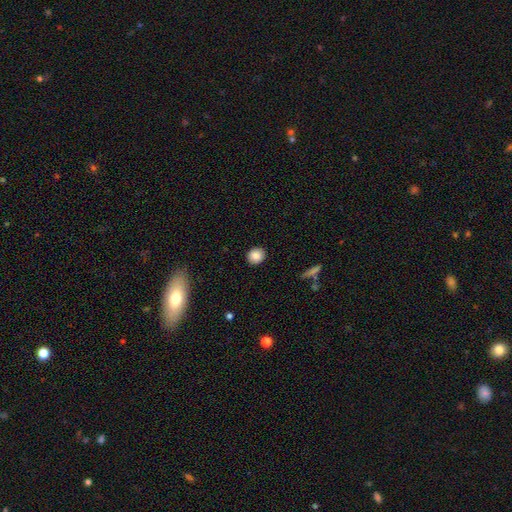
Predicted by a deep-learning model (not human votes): Smooth or featured?
  - smooth: 86% *
  - star or artifact: 9%
  - featured or disk: 6%
How rounded?
  - round: 78% *
  - in between: 21%
  - cigar-shaped: 1%
Merging?
  - none: 90% *
  - minor disturbance: 7%
  - major disturbance: 2%
  - merger: 1%